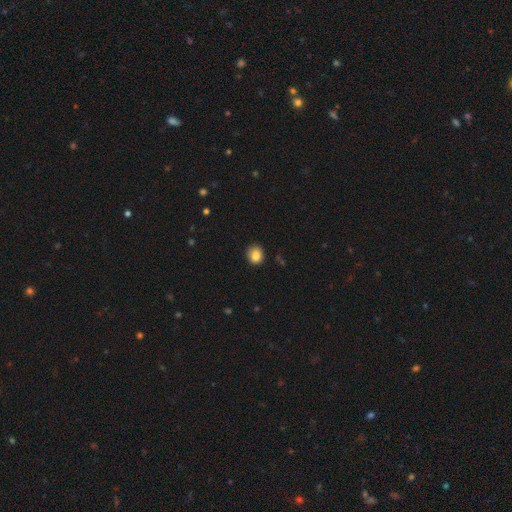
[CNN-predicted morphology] This appears to be a smooth galaxy with no disk features (84%) that is round (76%). Merging: none (84%).